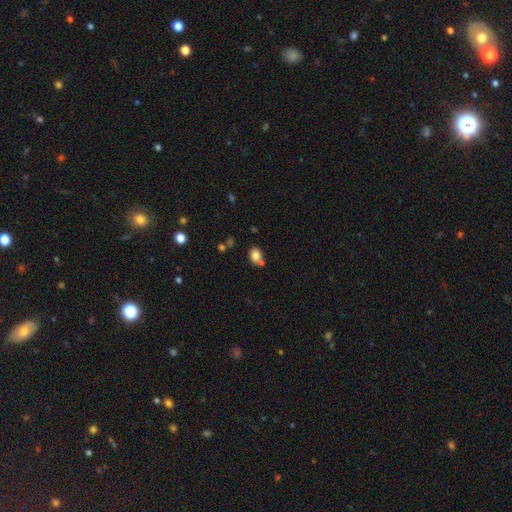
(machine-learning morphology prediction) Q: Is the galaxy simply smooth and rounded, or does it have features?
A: smooth — 81%.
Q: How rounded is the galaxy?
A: in between — 58%.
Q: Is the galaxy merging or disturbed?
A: none — 58%.